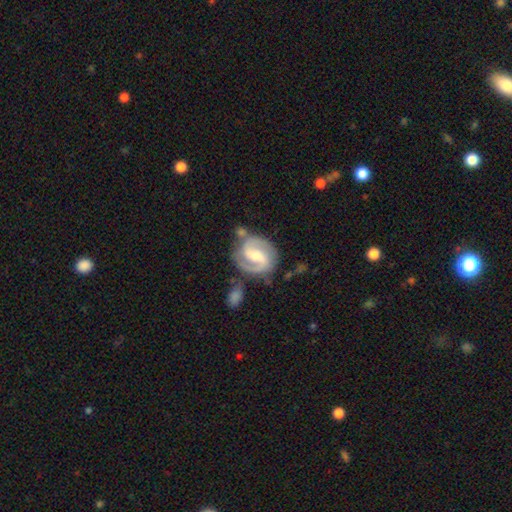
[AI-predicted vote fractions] A featured or disk galaxy (89%) with a weak bar (44%), 2 (92%) medium (54%) spiral arms (97%) and a moderate central bulge (58%).

Vote fractions:
- Smooth or featured? featured or disk: 89% / smooth: 7% / star or artifact: 4%
- Edge-on disk? no: 98% / yes: 2%
- Bar? weak: 44% / strong: 39% / no: 17%
- Spiral arms? yes: 97% / no: 3%
- Spiral winding? medium: 54% / tight: 35% / loose: 11%
- Spiral arm count? 2: 92% / can't tell: 3% / 1: 2% / 3: 2% / 4: 1% / more than 4: 1%
- Bulge size? moderate: 58% / small: 36% / large: 3% / none: 2% / dominant: 1%
- Merging? none: 72% / minor disturbance: 16% / merger: 7% / major disturbance: 5%